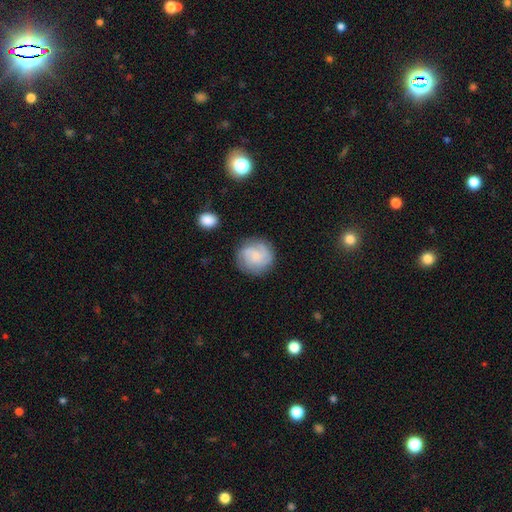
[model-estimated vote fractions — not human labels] Overall: featured or disk (49%; smooth 42%). Merging: none (81%).